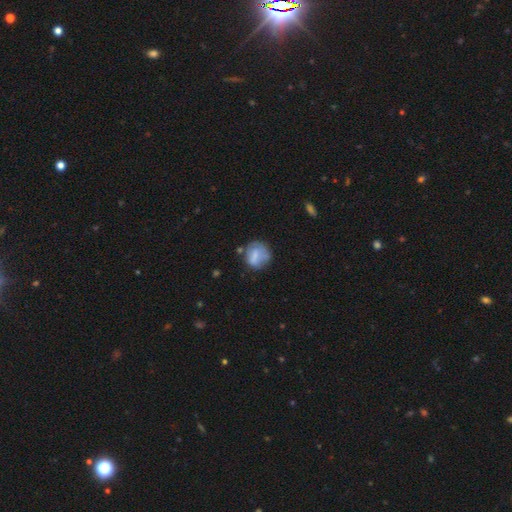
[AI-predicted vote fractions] smooth-or-featured: smooth: 67% | featured or disk: 24% | star or artifact: 9%
  how-rounded: round: 74% | in between: 24% | cigar-shaped: 1%
  merging: none: 55% | minor disturbance: 26% | major disturbance: 13% | merger: 7%